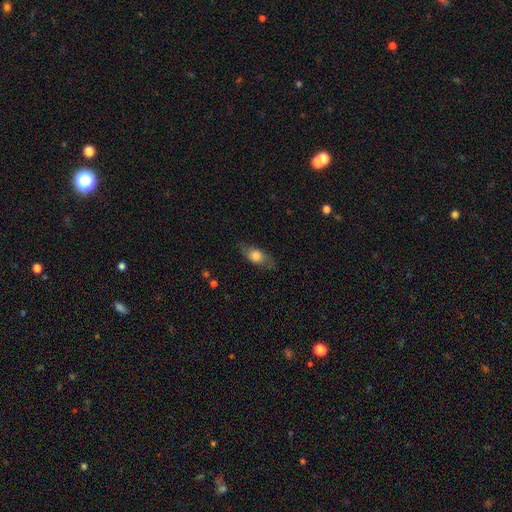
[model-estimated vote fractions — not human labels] A smooth galaxy with no disk features (64%) that is in between round and cigar-shaped (74%). Merging: none (74%).